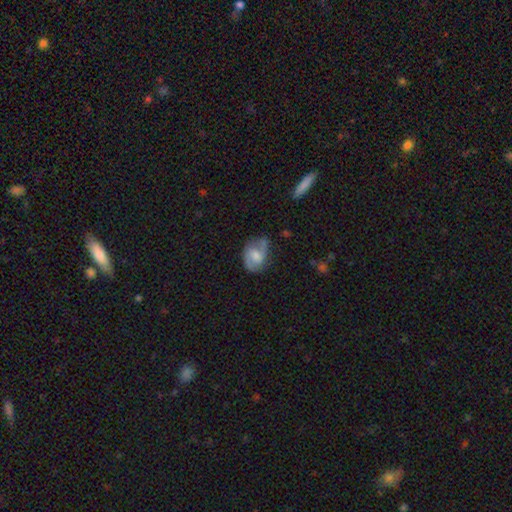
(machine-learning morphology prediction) Smooth or featured: featured or disk — 53% (smooth — 39%)
Edge-on disk: no — 96% (yes — 4%)
Bar: no — 46% (weak — 43%)
Spiral arms: yes — 82% (no — 18%)
Bulge size: moderate — 51% (small — 27%)
Merging: none — 58% (minor disturbance — 28%)